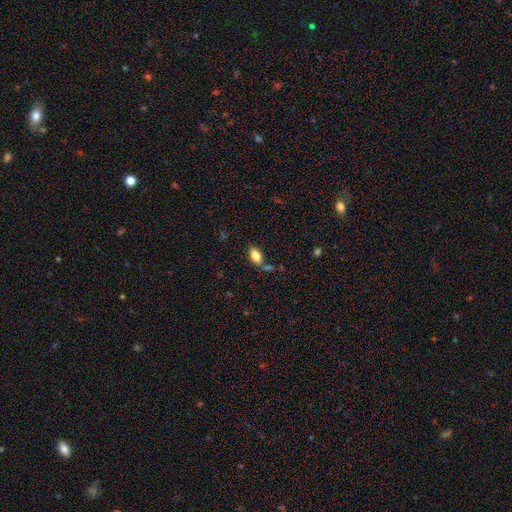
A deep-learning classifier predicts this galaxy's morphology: Smooth or featured? Predicted: smooth (p=0.81). How rounded? Predicted: in between (p=0.90). Merging? Predicted: none (p=0.69).